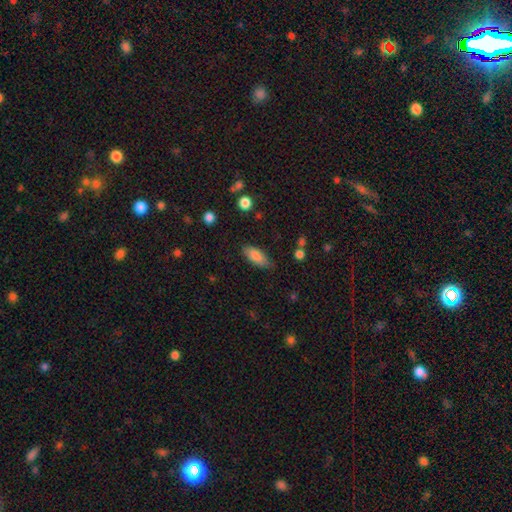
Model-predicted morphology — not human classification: Smooth or featured: smooth — 83% (featured or disk — 10%)
How rounded: in between — 83% (cigar-shaped — 15%)
Merging: none — 76% (minor disturbance — 19%)